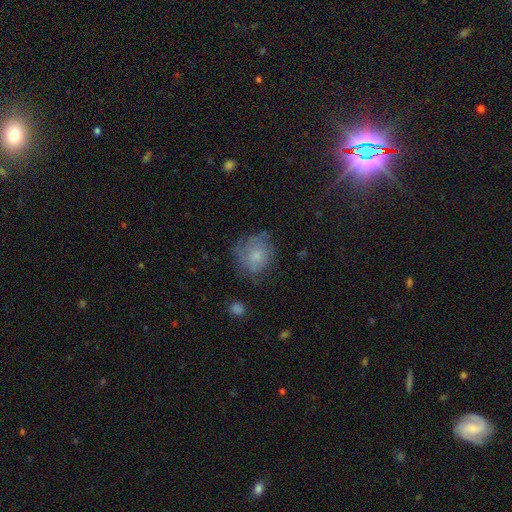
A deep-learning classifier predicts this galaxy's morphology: Q: Smooth or featured?
A: smooth (59%); runner-up: featured or disk (31%)
Q: How rounded?
A: round (79%); runner-up: in between (20%)
Q: Merging?
A: none (58%); runner-up: minor disturbance (26%)